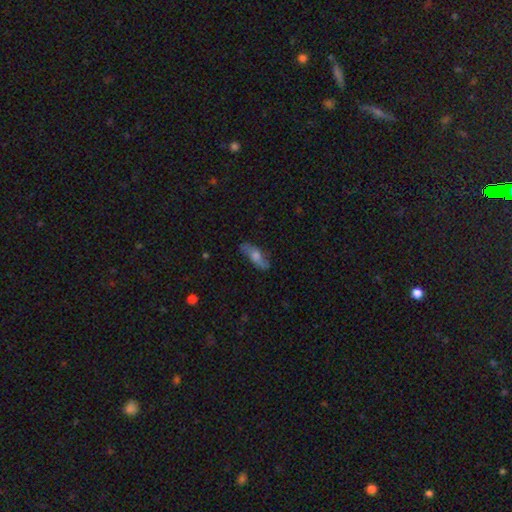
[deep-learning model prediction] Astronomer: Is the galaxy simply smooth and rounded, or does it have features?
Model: featured or disk — 46%, tied with smooth at 46%.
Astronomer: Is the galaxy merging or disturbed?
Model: none — 78%.